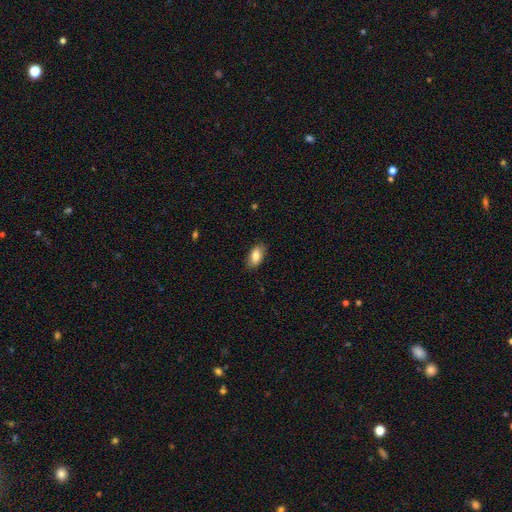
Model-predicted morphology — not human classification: Smooth or featured: smooth — 83% (featured or disk — 10%)
How rounded: in between — 92% (round — 5%)
Merging: none — 85% (minor disturbance — 12%)